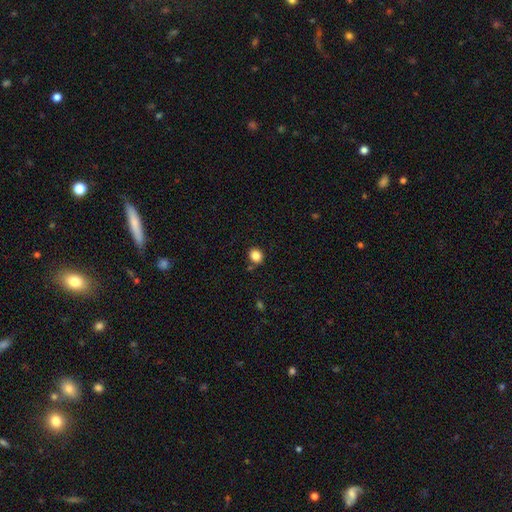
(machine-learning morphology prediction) Smooth or featured?
  - smooth: 86% *
  - star or artifact: 10%
  - featured or disk: 4%
How rounded?
  - round: 72% *
  - in between: 27%
  - cigar-shaped: 1%
Merging?
  - none: 83% *
  - minor disturbance: 10%
  - merger: 4%
  - major disturbance: 3%